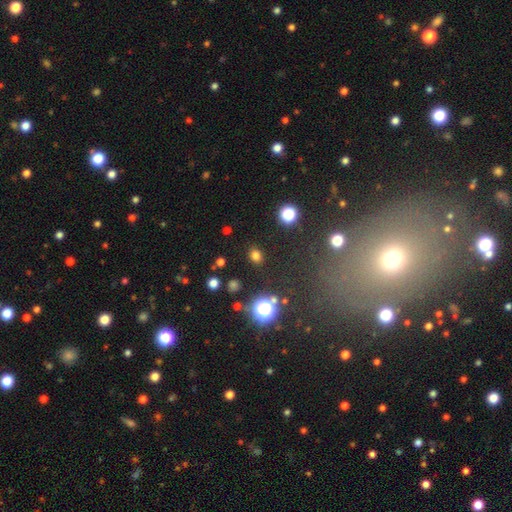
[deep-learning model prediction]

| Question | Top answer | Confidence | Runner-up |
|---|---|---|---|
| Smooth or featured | smooth | 74% | star or artifact (21%) |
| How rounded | in between | 50% | round (49%) |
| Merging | none | 87% | minor disturbance (8%) |